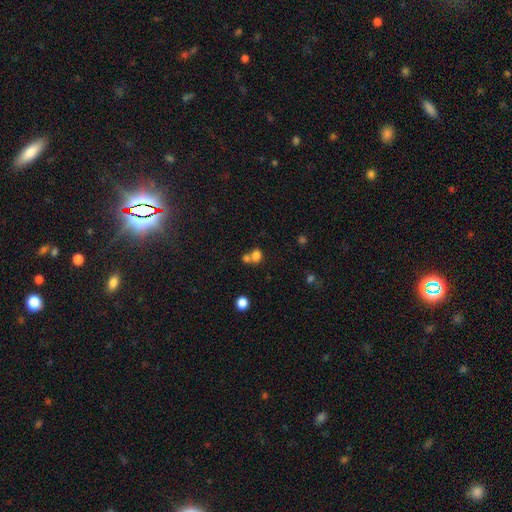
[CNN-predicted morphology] The model was most divided on "how rounded": round: 58%, in between: 40%, cigar-shaped: 1%. More confident: smooth or featured — smooth (77%); merging — merger (53%).